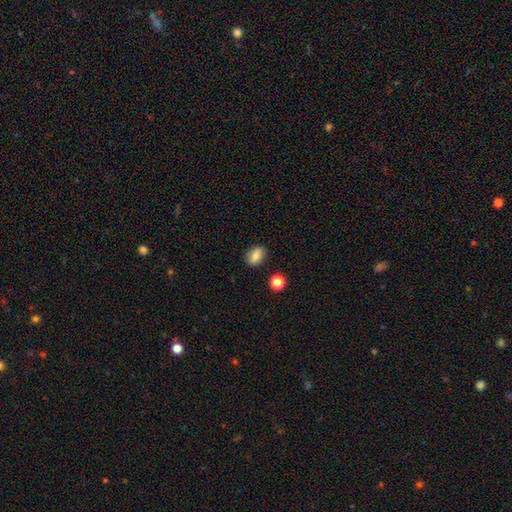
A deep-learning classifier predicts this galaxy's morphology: A smooth galaxy with no disk features (79%) that is in between round and cigar-shaped (79%).

Vote fractions:
- Smooth or featured? smooth: 79% / featured or disk: 11% / star or artifact: 10%
- How rounded? in between: 79% / round: 19% / cigar-shaped: 2%
- Merging? none: 86% / minor disturbance: 9% / major disturbance: 2% / merger: 2%